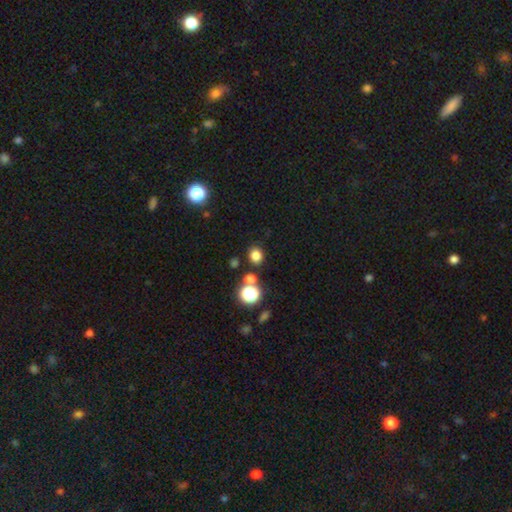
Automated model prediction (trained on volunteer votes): This appears to be a smooth galaxy with no disk features (78%) that is round (75%). Merging: none (83%).